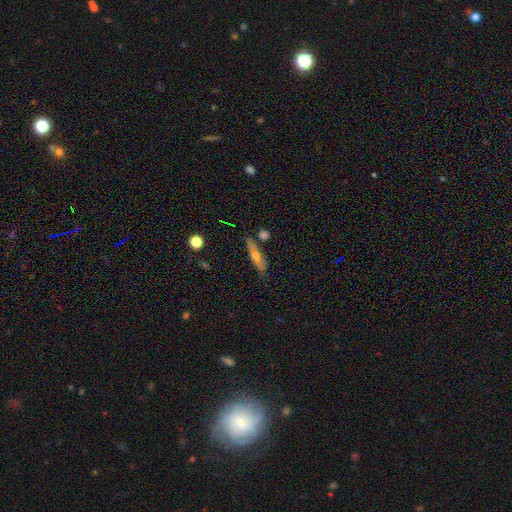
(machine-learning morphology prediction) smooth-or-featured: featured or disk: 47% | smooth: 45% | star or artifact: 8%
  merging: none: 72% | minor disturbance: 17% | merger: 7% | major disturbance: 4%